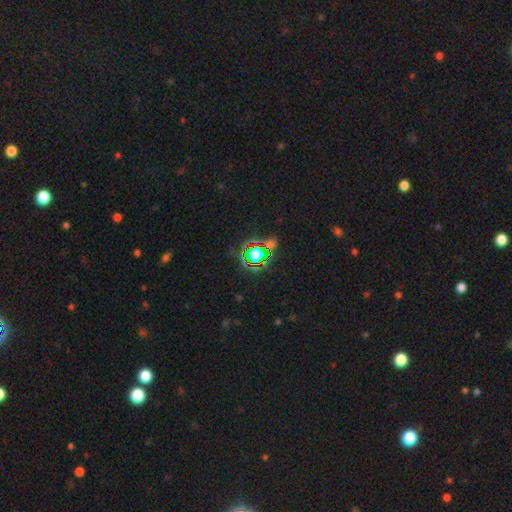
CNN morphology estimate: Smooth or featured?
  - star or artifact: 73% *
  - smooth: 18%
  - featured or disk: 9%